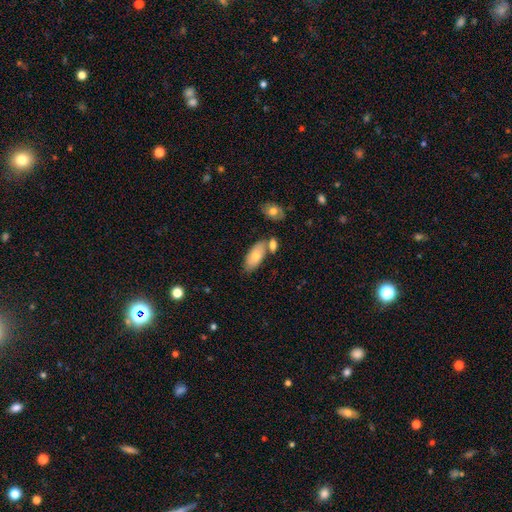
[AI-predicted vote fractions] Smooth or featured: smooth — 70% (featured or disk — 23%)
How rounded: in between — 89% (cigar-shaped — 8%)
Merging: none — 62% (merger — 19%)